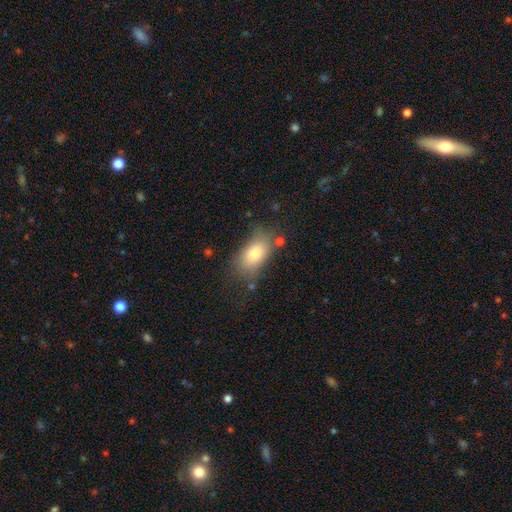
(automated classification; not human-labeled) A smooth galaxy with no disk features (76%) that is in between round and cigar-shaped (86%).

Vote fractions:
- Smooth or featured? smooth: 76% / featured or disk: 14% / star or artifact: 10%
- How rounded? in between: 86% / round: 12% / cigar-shaped: 3%
- Merging? none: 69% / minor disturbance: 20% / major disturbance: 7% / merger: 5%